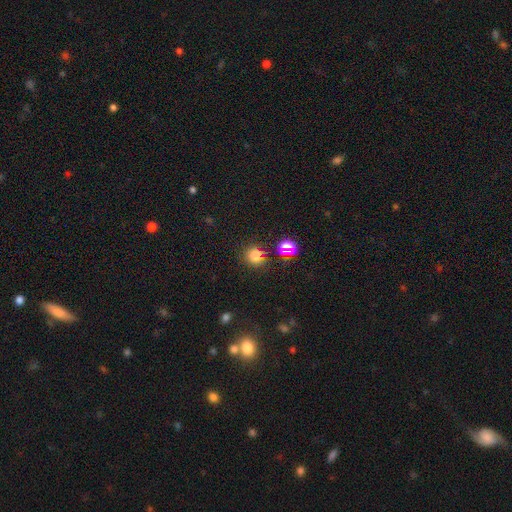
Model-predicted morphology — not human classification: Smooth or featured?
  - smooth: 70% *
  - star or artifact: 24%
  - featured or disk: 6%
How rounded?
  - round: 83% *
  - in between: 16%
  - cigar-shaped: 1%
Merging?
  - none: 75% *
  - minor disturbance: 13%
  - merger: 7%
  - major disturbance: 5%